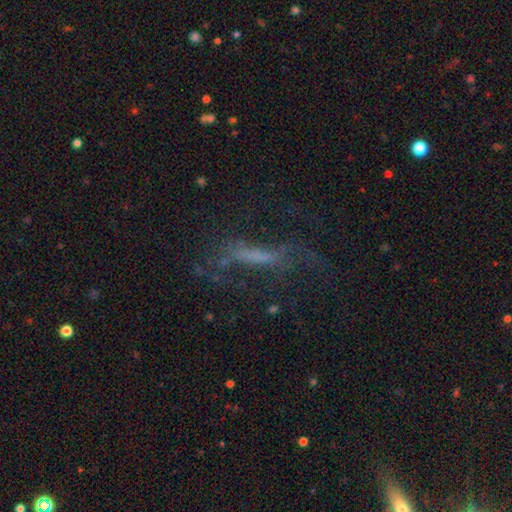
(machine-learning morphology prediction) Smooth or featured?
  - featured or disk: 52% *
  - smooth: 28%
  - star or artifact: 20%
Edge-on disk?
  - no: 65% *
  - yes: 35%
Merging?
  - none: 51% *
  - major disturbance: 26%
  - minor disturbance: 19%
  - merger: 4%